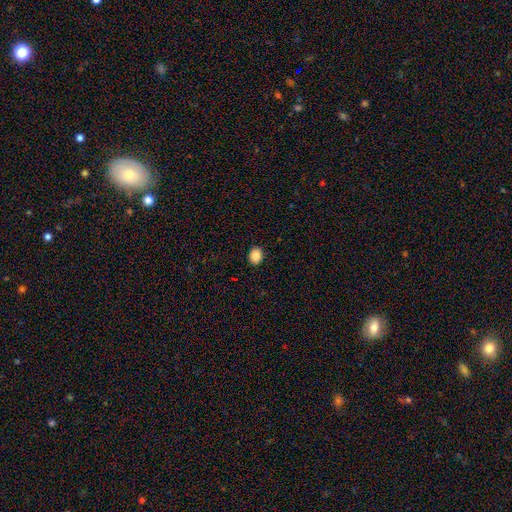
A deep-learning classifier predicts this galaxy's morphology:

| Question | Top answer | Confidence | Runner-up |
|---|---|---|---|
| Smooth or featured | smooth | 87% | star or artifact (9%) |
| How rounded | round | 57% | in between (42%) |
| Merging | none | 91% | minor disturbance (7%) |